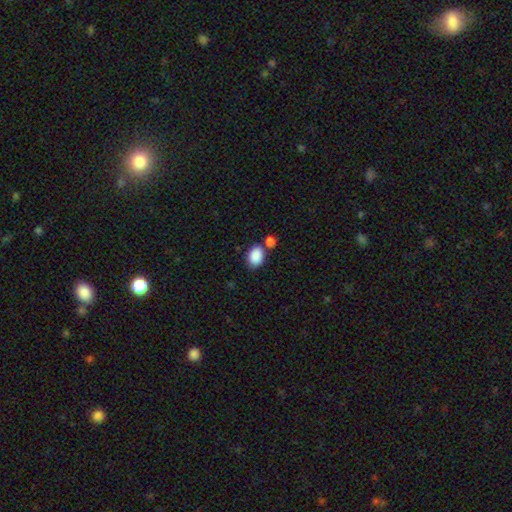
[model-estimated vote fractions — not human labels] Smooth or featured? Predicted: smooth (p=0.89). How rounded? Predicted: in between (p=0.80). Merging? Predicted: none (p=0.66).